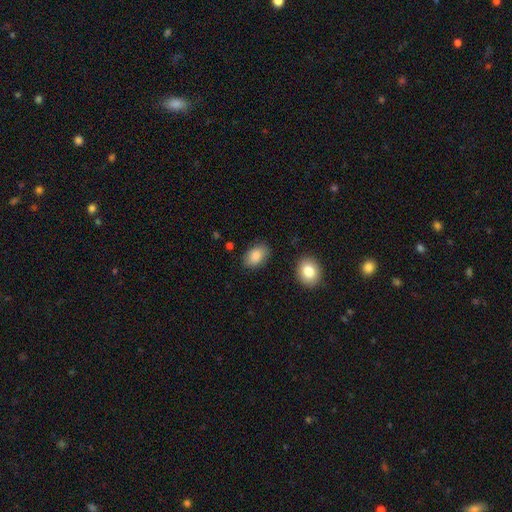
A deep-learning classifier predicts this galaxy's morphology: This appears to be a smooth galaxy with no disk features (87%) that is in between round and cigar-shaped (88%). Merging: none (82%).